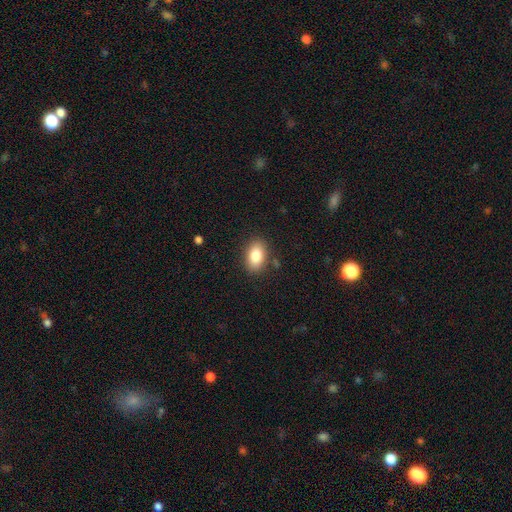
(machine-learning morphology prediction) smooth-or-featured: smooth: 85% | featured or disk: 8% | star or artifact: 8%
  how-rounded: in between: 89% | round: 10% | cigar-shaped: 2%
  merging: none: 84% | minor disturbance: 10% | major disturbance: 3% | merger: 2%